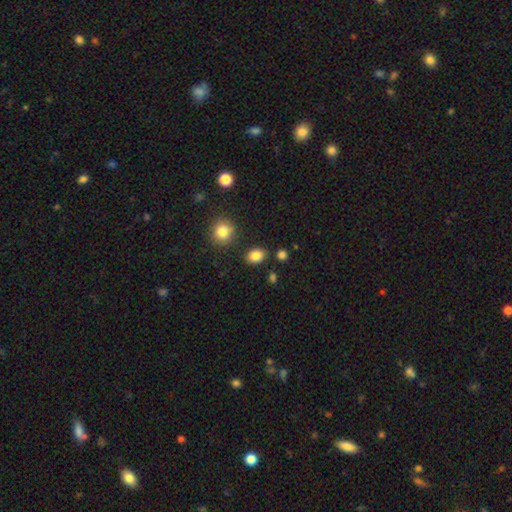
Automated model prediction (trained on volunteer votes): Smooth or featured?
  - smooth: 84% *
  - star or artifact: 10%
  - featured or disk: 5%
How rounded?
  - in between: 68% *
  - round: 31%
  - cigar-shaped: 1%
Merging?
  - none: 85% *
  - minor disturbance: 9%
  - merger: 4%
  - major disturbance: 3%